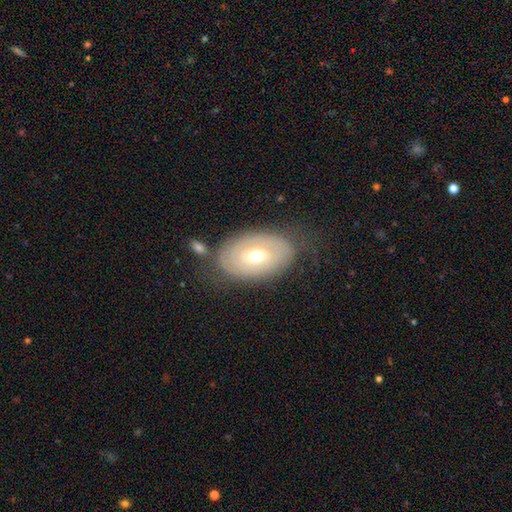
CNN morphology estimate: This appears to be a featured or disk galaxy (65%) with no bar (69%), spiral arms (67%) and a moderate central bulge (64%). Merging: none (69%).